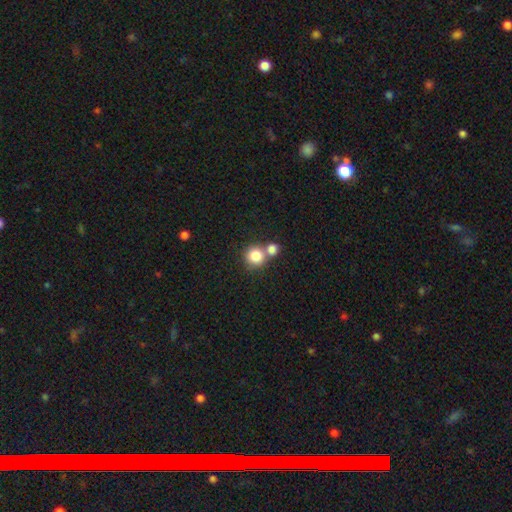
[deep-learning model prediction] This is clearly a smooth galaxy (82%). How rounded: clearly round (89%). Merging: possibly none (47%).